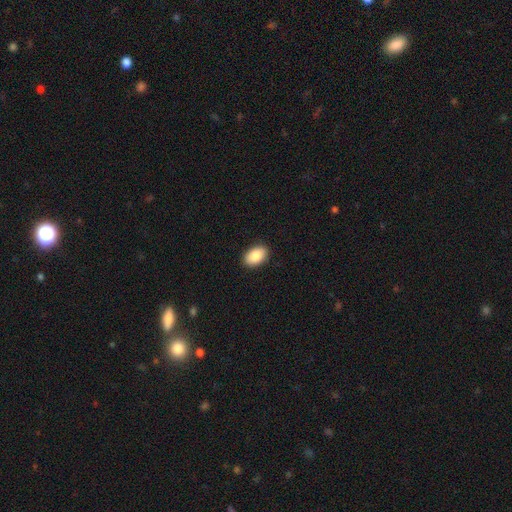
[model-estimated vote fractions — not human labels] smooth 87%, star or artifact 7%, featured or disk 6%. Down the decision tree: how rounded — in between (91%); merging — none (90%).